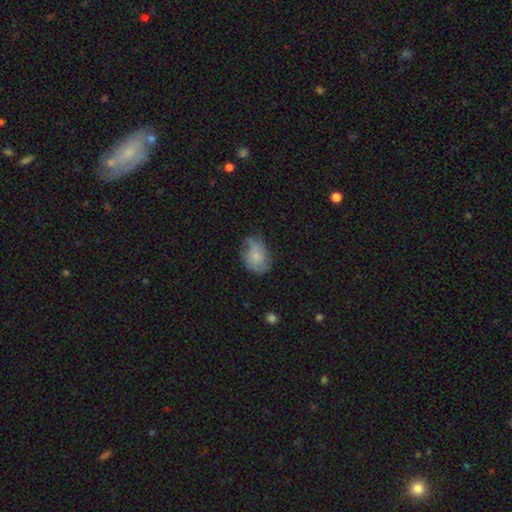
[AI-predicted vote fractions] This appears to be a smooth galaxy with no disk features (60%) that is in between round and cigar-shaped (65%). Merging: none (49%).